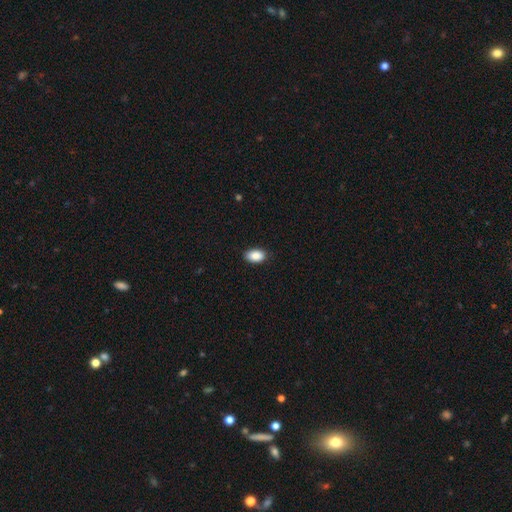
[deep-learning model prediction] smooth_or_featured: smooth (p=0.90) [alt: star or artifact p=0.07]
how_rounded: in between (p=0.92) [alt: round p=0.06]
merging: none (p=0.88) [alt: minor disturbance p=0.09]